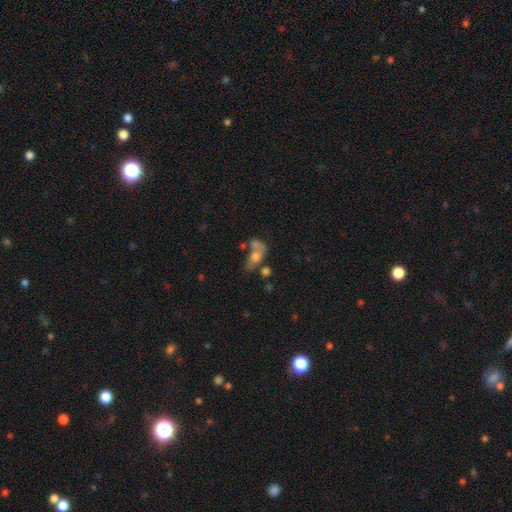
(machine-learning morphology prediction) Smooth or featured? Predicted: smooth (p=0.55). How rounded? Predicted: in between (p=0.74). Merging? Predicted: merger (p=0.44).